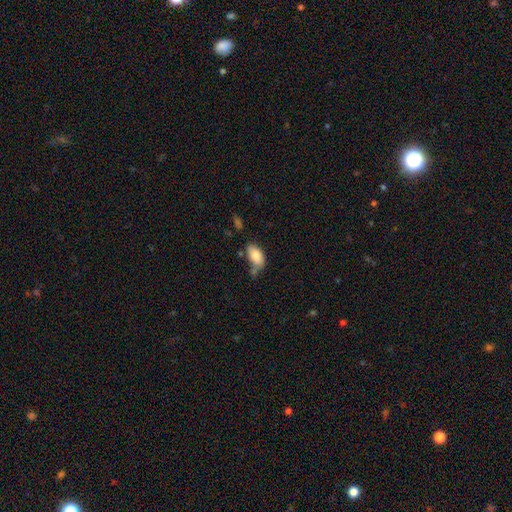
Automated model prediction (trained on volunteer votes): This is clearly a smooth galaxy (82%). How rounded: clearly in between (93%). Merging: possibly none (49%).